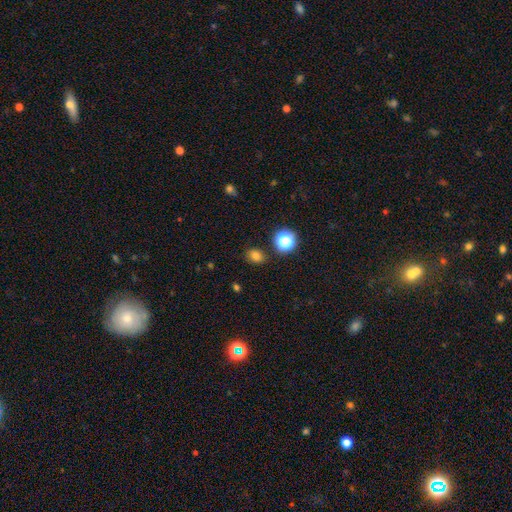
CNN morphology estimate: This is likely a smooth galaxy (76%). How rounded: possibly round (51%). Merging: clearly none (83%).